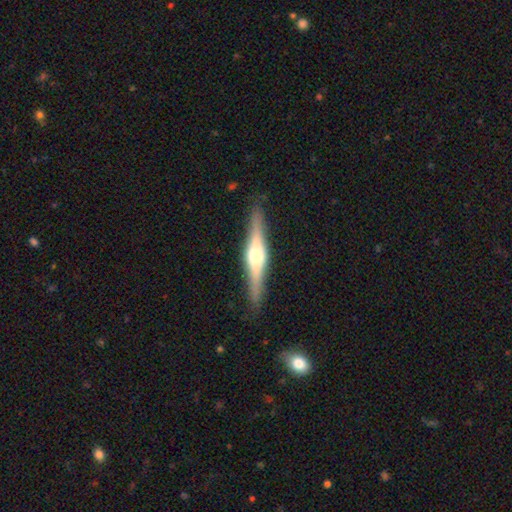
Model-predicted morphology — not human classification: This appears to be a featured or disk galaxy (71%) viewed edge-on (97%) with a rounded central bulge (82%). Merging: none (88%).